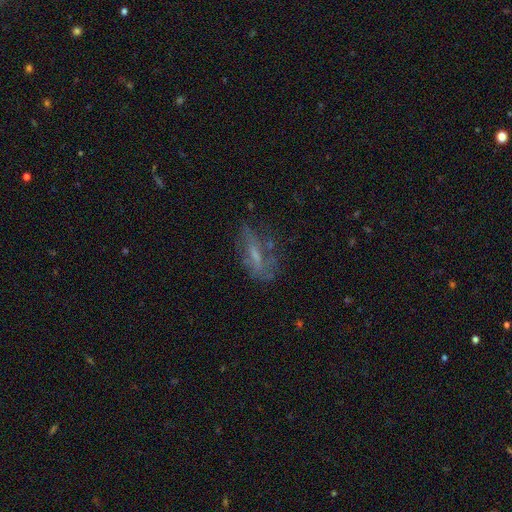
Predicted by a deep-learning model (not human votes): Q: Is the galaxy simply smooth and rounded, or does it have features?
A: featured or disk — 49%.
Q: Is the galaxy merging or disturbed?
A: none — 48%.